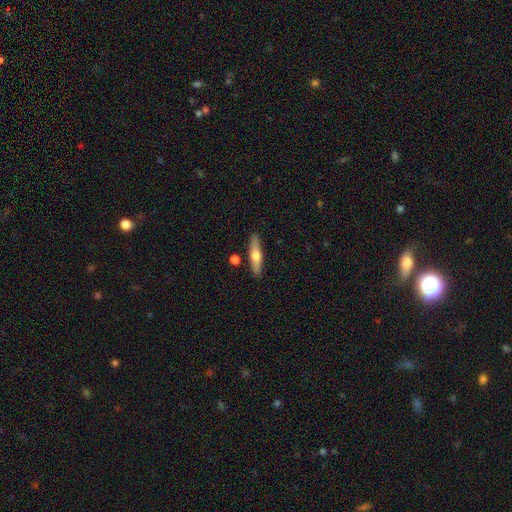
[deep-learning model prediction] smooth 53%, featured or disk 41%, star or artifact 6%. Down the decision tree: how rounded — cigar-shaped (75%); merging — none (86%).